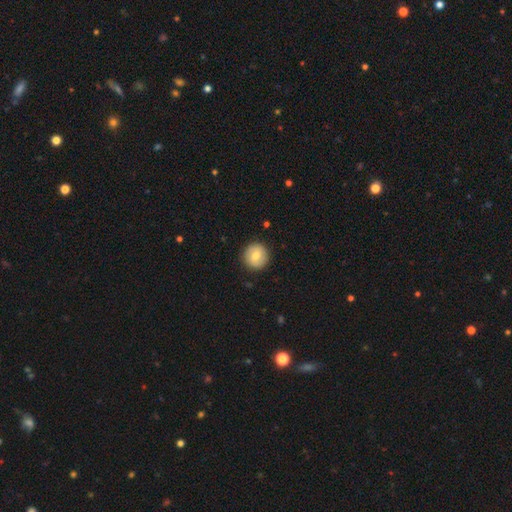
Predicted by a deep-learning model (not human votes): A smooth galaxy with no disk features (69%) that is round (94%). Merging: none (90%).